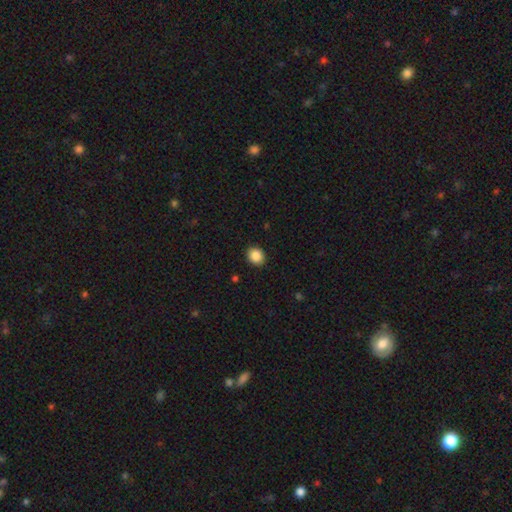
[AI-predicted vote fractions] smooth 87%, star or artifact 9%, featured or disk 3%. Down the decision tree: how rounded — round (64%); merging — none (91%).